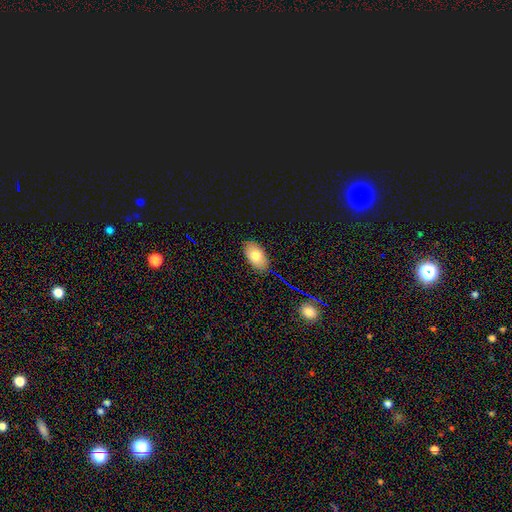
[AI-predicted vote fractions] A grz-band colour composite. It shows a smooth galaxy with no disk features (76%) that is in between round and cigar-shaped (92%). Merging: none (85%).